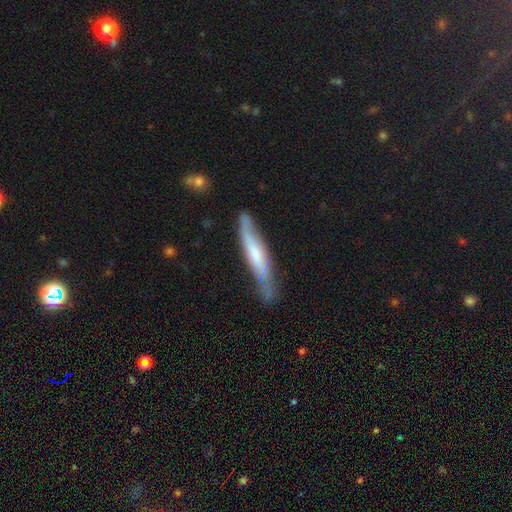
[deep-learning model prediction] This appears to be a smooth galaxy with no disk features (49%). Merging: none (62%).